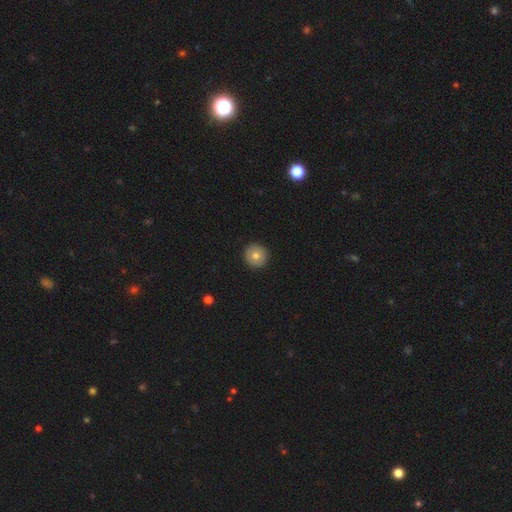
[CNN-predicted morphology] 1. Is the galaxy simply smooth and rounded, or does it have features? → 76% smooth, 16% featured or disk, 9% star or artifact.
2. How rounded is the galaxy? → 95% round, 4% in between, 1% cigar-shaped.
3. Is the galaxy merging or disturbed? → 93% none, 4% minor disturbance, 1% major disturbance, 1% merger.